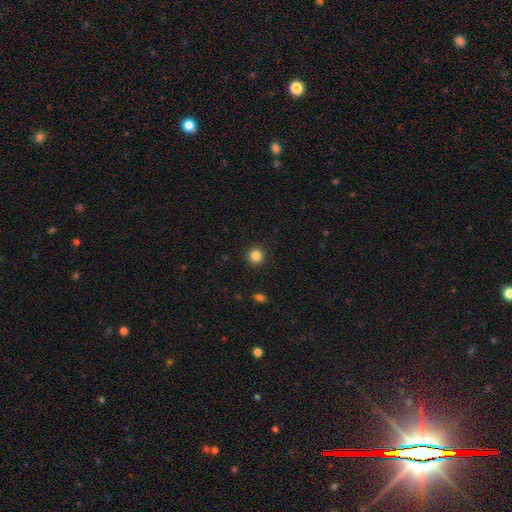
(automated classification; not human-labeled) Q: Smooth or featured?
A: smooth (85%); runner-up: star or artifact (11%)
Q: How rounded?
A: round (93%); runner-up: in between (6%)
Q: Merging?
A: none (92%); runner-up: minor disturbance (5%)